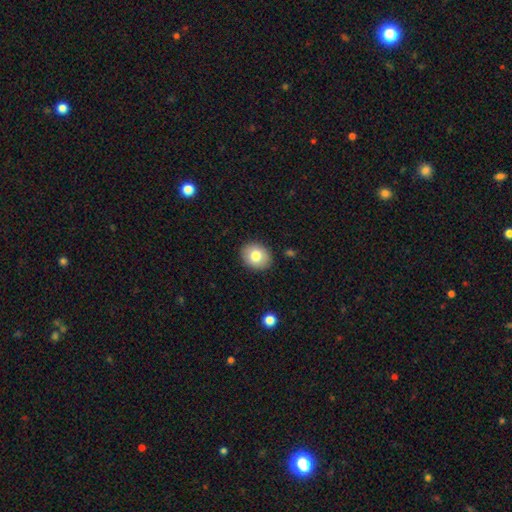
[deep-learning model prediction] Q: Smooth or featured?
A: smooth (80%); runner-up: featured or disk (12%)
Q: How rounded?
A: round (59%); runner-up: in between (40%)
Q: Merging?
A: none (90%); runner-up: minor disturbance (7%)